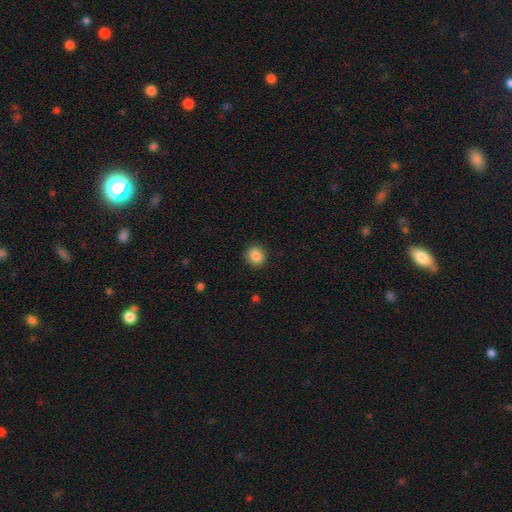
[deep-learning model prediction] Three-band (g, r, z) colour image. It shows a smooth galaxy with no disk features (88%) that is round (72%). Merging: none (89%).